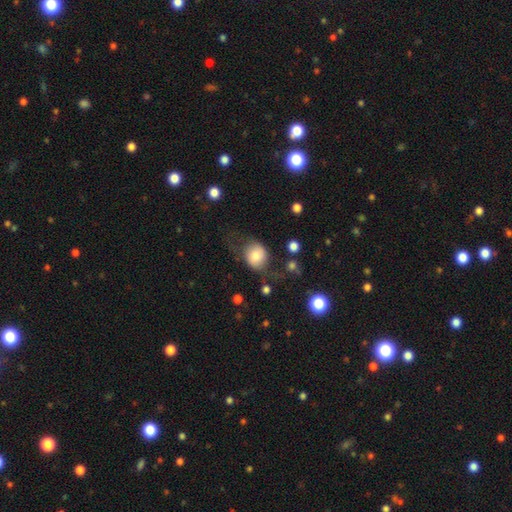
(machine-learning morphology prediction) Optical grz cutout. It shows a smooth galaxy with no disk features (71%) that is round (66%). Merging: none (51%).